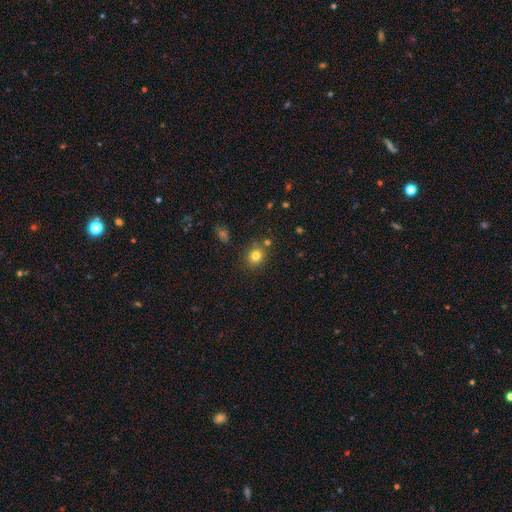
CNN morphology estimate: smooth-or-featured: smooth: 78% | star or artifact: 14% | featured or disk: 8%
  how-rounded: round: 78% | in between: 22% | cigar-shaped: 1%
  merging: none: 79% | minor disturbance: 10% | merger: 7% | major disturbance: 3%